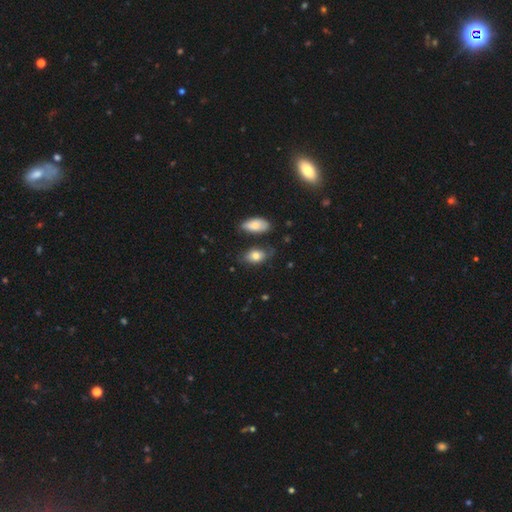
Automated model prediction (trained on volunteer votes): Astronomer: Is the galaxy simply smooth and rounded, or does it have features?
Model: smooth — 78%.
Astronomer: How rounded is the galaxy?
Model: in between — 87%.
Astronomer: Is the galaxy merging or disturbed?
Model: none — 57%.